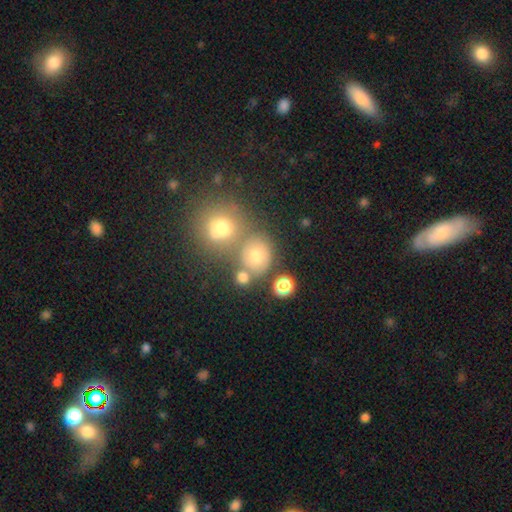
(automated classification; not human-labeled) smooth 66%, featured or disk 17%, star or artifact 17%. Down the decision tree: how rounded — round (77%); merging — none (56%).